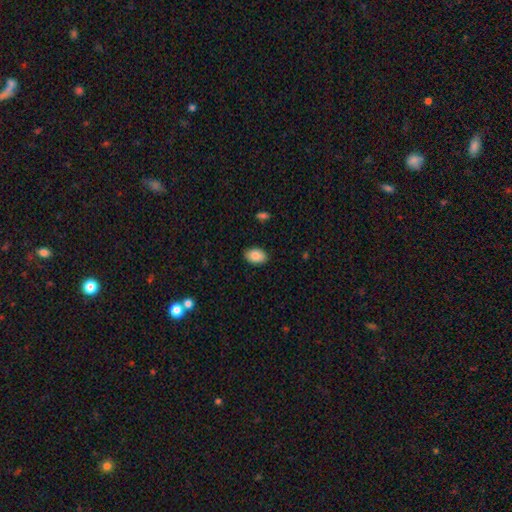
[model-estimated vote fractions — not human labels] Smooth or featured? Predicted: smooth (p=0.87). How rounded? Predicted: in between (p=0.88). Merging? Predicted: none (p=0.89).